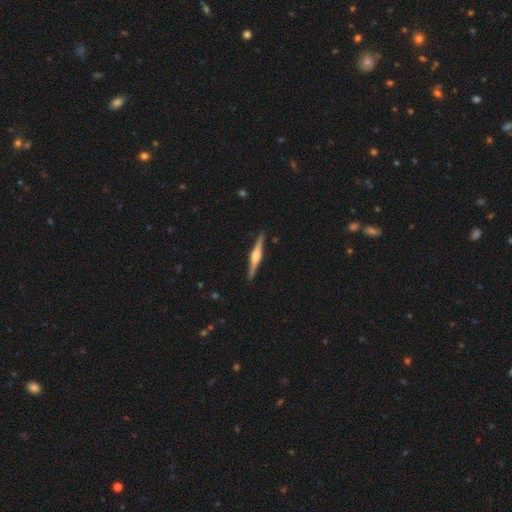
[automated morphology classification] featured or disk 79%, smooth 16%, star or artifact 5%. Down the decision tree: edge-on disk — yes (98%); edge-on bulge — rounded (84%); merging — none (92%).